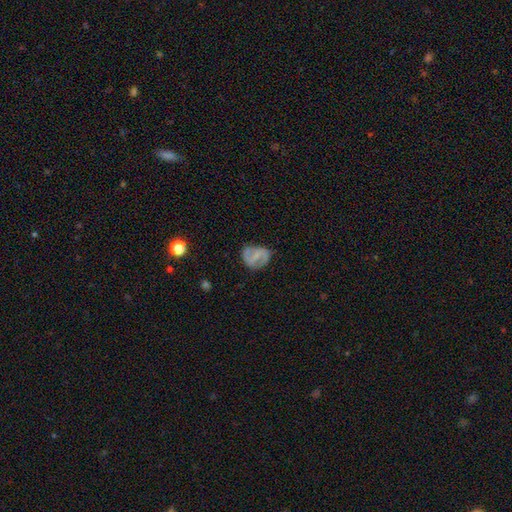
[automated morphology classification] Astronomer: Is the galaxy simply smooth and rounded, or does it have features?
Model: featured or disk — 64%.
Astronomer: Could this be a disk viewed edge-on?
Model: no — 97%.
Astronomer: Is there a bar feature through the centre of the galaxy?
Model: weak — 46% (runner-up: no, 27%).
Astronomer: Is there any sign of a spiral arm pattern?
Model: yes — 84%.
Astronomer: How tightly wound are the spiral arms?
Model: medium — 48% (runner-up: loose, 30%).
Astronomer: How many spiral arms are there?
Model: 2 — 86%.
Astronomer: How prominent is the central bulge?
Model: small — 46% (runner-up: none, 35%).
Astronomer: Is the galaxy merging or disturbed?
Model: none — 72%.